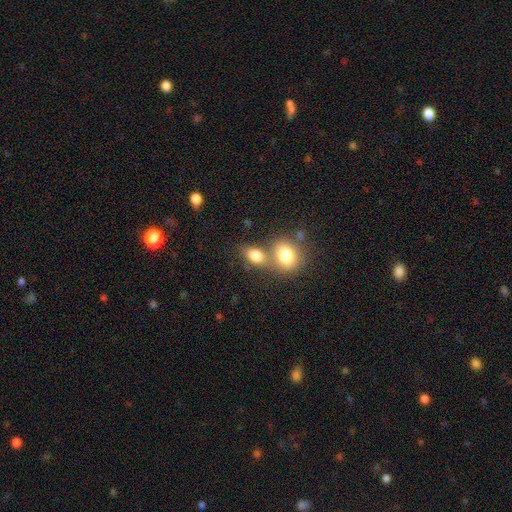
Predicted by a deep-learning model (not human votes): Smooth or featured: smooth — 80% (featured or disk — 11%)
How rounded: in between — 72% (round — 26%)
Merging: merger — 48% (none — 38%)